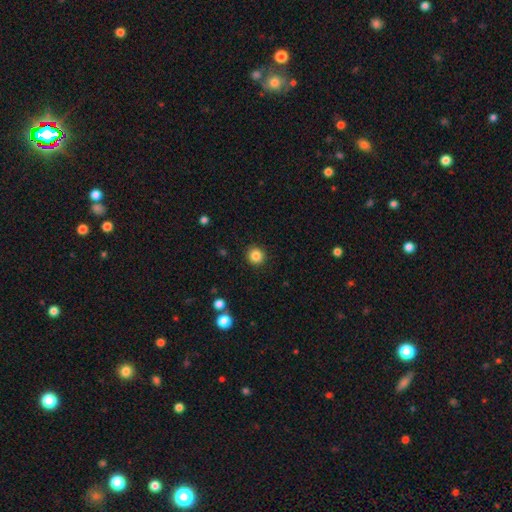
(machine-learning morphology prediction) A smooth galaxy with no disk features (85%) that is round (94%).

Vote fractions:
- Smooth or featured? smooth: 85% / star or artifact: 11% / featured or disk: 4%
- How rounded? round: 94% / in between: 5% / cigar-shaped: 1%
- Merging? none: 92% / minor disturbance: 5% / major disturbance: 2% / merger: 1%